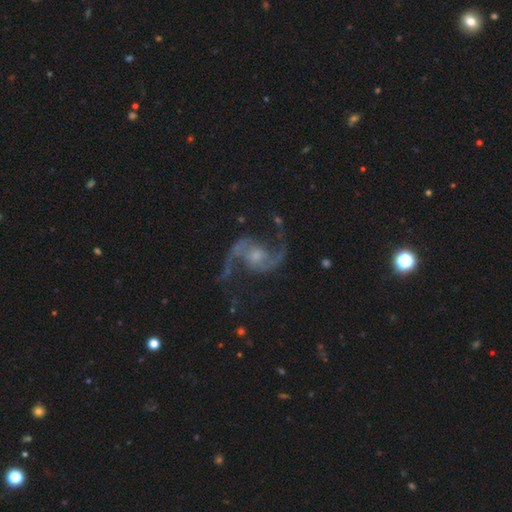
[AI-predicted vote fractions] smooth-or-featured: featured or disk: 91% | star or artifact: 5% | smooth: 3%
  disk-edge-on: no: 98% | yes: 2%
    bar: no: 56% | weak: 34% | strong: 10%
    has-spiral-arms: yes: 98% | no: 2%
      spiral-winding: loose: 56% | medium: 38% | tight: 6%
      spiral-arm-count: 2: 94% | can't tell: 1% | 1: 1% | 3: 1% | 4: 1% | more than 4: 1%
    bulge-size: small: 47% | moderate: 40% | none: 7% | large: 5% | dominant: 1%
  merging: none: 75% | minor disturbance: 14% | major disturbance: 9% | merger: 2%